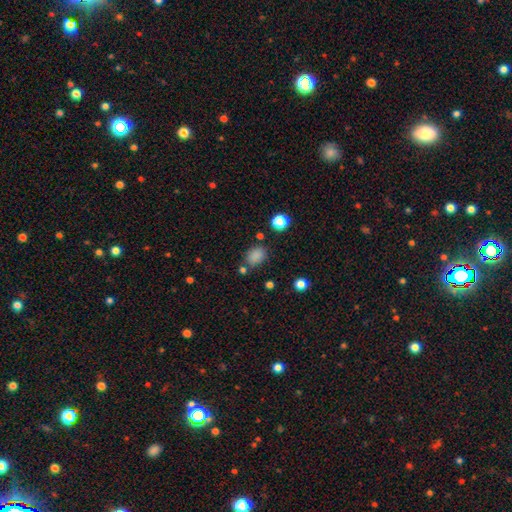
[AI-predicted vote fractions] A smooth galaxy with no disk features (83%) that is in between round and cigar-shaped (66%). Merging: none (70%).